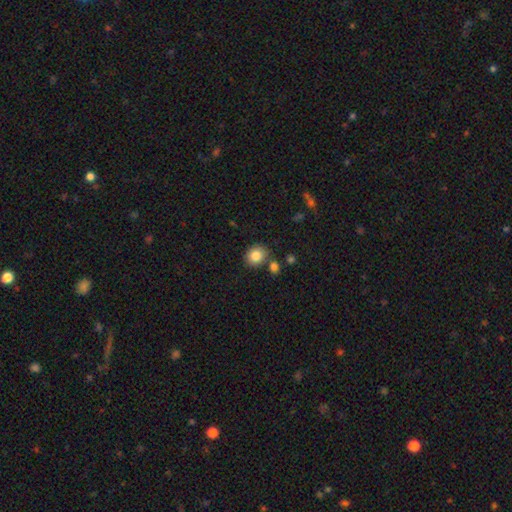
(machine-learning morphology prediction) Smooth or featured?
  - smooth: 84% *
  - star or artifact: 9%
  - featured or disk: 7%
How rounded?
  - round: 67% *
  - in between: 32%
  - cigar-shaped: 1%
Merging?
  - none: 77% *
  - minor disturbance: 11%
  - merger: 9%
  - major disturbance: 3%